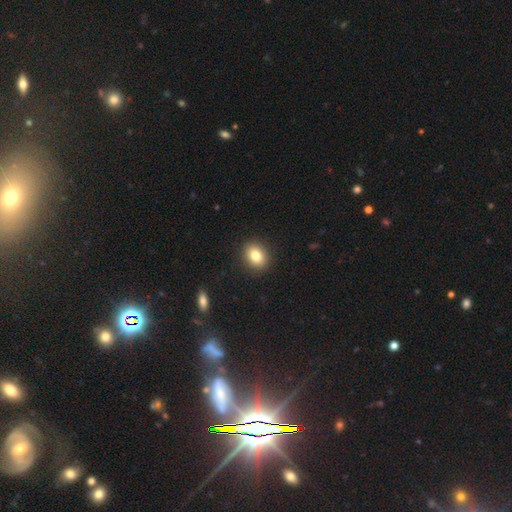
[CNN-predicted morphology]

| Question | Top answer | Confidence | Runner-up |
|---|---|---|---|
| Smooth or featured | smooth | 82% | star or artifact (10%) |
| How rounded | in between | 50% | round (49%) |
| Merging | none | 90% | minor disturbance (7%) |